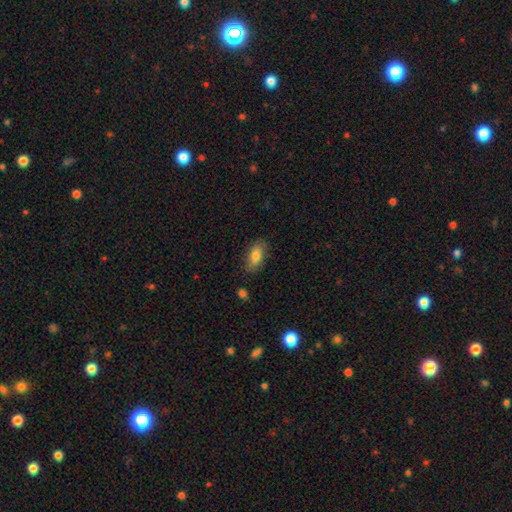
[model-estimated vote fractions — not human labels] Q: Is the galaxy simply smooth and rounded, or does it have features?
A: smooth — 79%.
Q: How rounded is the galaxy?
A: in between — 88%.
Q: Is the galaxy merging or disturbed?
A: none — 82%.